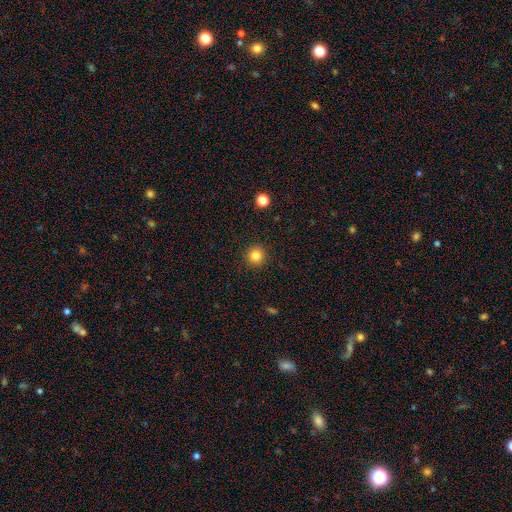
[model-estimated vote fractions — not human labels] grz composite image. It shows a smooth galaxy with no disk features (83%) that is round (93%). Merging: none (92%).